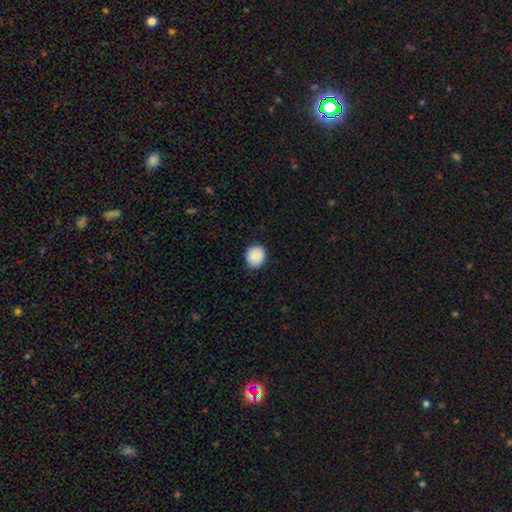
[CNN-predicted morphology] Q: Smooth or featured?
A: smooth (89%); runner-up: star or artifact (7%)
Q: How rounded?
A: round (83%); runner-up: in between (16%)
Q: Merging?
A: none (89%); runner-up: minor disturbance (8%)